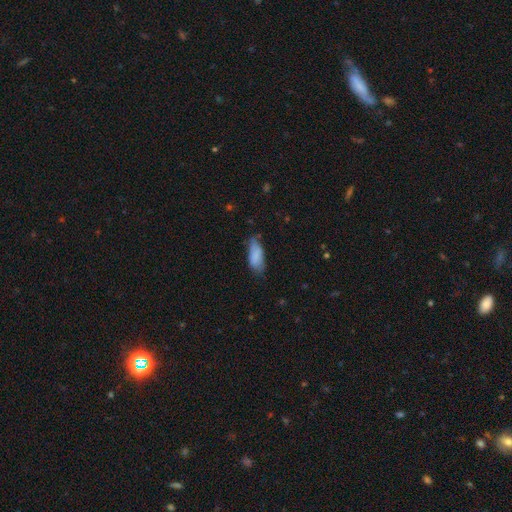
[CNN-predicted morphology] Q: Smooth or featured?
A: smooth (83%); runner-up: featured or disk (11%)
Q: How rounded?
A: in between (81%); runner-up: cigar-shaped (18%)
Q: Merging?
A: none (56%); runner-up: minor disturbance (33%)